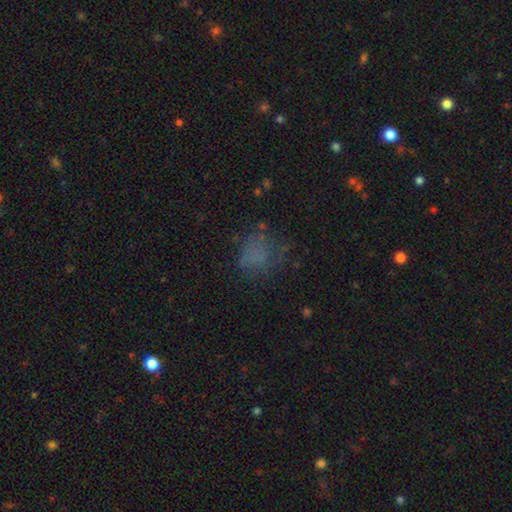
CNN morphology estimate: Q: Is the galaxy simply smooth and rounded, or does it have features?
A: smooth — 59%.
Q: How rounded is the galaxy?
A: round — 61%.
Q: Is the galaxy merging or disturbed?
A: none — 55%.